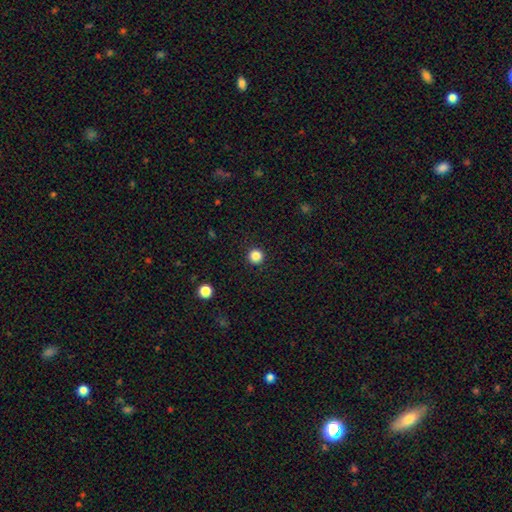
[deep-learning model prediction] A smooth galaxy with no disk features (85%) that is round (96%).

Vote fractions:
- Smooth or featured? smooth: 85% / star or artifact: 11% / featured or disk: 3%
- How rounded? round: 96% / in between: 3% / cigar-shaped: 1%
- Merging? none: 93% / minor disturbance: 4% / major disturbance: 2% / merger: 1%